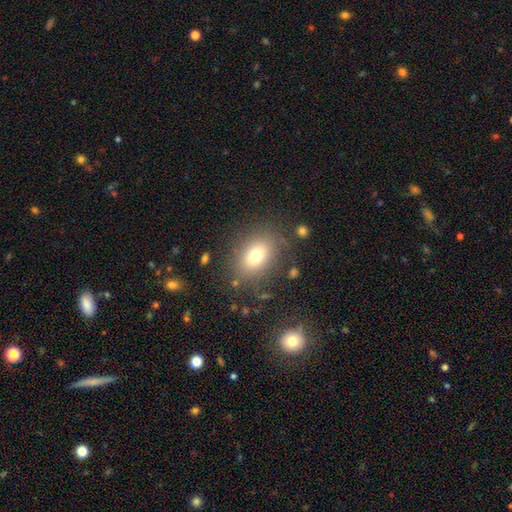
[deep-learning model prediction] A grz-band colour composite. It shows a smooth galaxy with no disk features (75%) that is in between round and cigar-shaped (71%). Merging: none (81%).